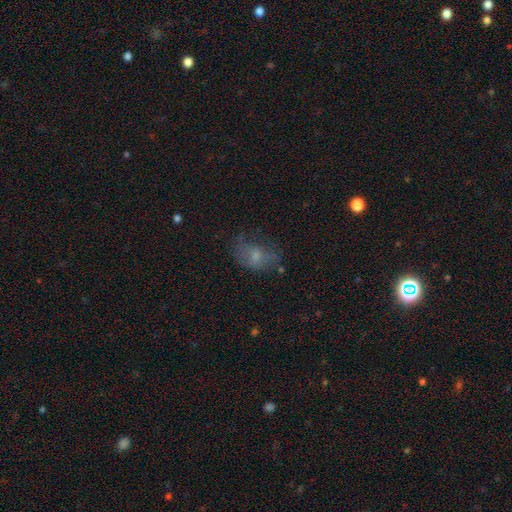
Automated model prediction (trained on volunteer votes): smooth-or-featured: smooth: 52% | featured or disk: 34% | star or artifact: 14%
  how-rounded: in between: 79% | round: 19% | cigar-shaped: 3%
  merging: none: 42% | major disturbance: 28% | minor disturbance: 27% | merger: 3%